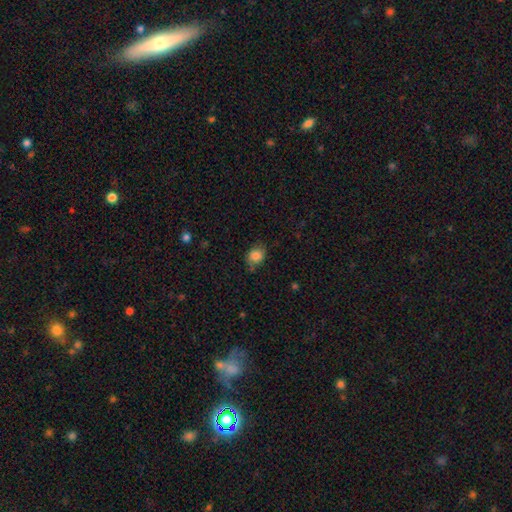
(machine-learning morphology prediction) Smooth or featured? Predicted: smooth (p=0.82). How rounded? Predicted: in between (p=0.50). Merging? Predicted: none (p=0.70).